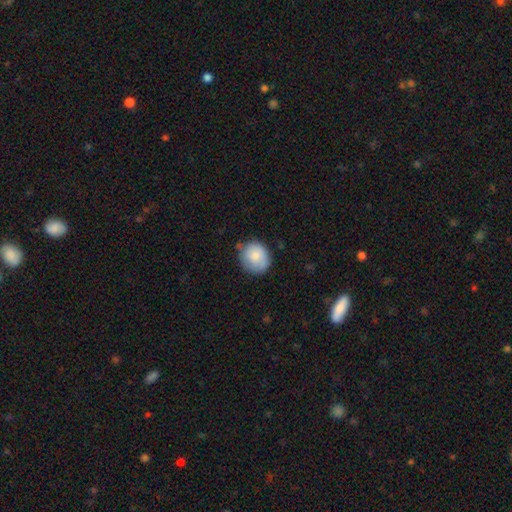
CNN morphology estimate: Q: Smooth or featured?
A: smooth (83%); runner-up: featured or disk (10%)
Q: How rounded?
A: round (76%); runner-up: in between (23%)
Q: Merging?
A: none (71%); runner-up: minor disturbance (22%)